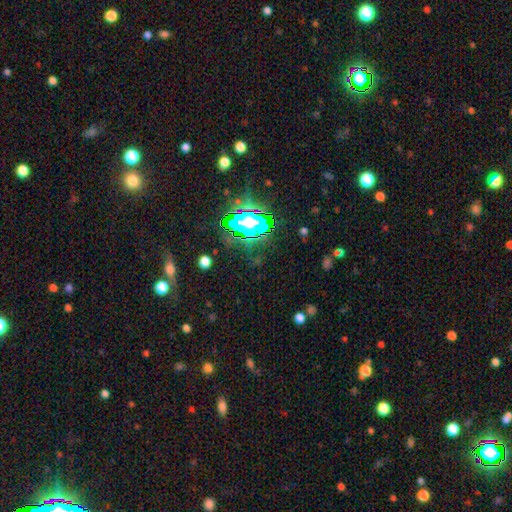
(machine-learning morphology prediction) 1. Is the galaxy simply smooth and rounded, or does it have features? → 70% star or artifact, 18% smooth, 12% featured or disk.